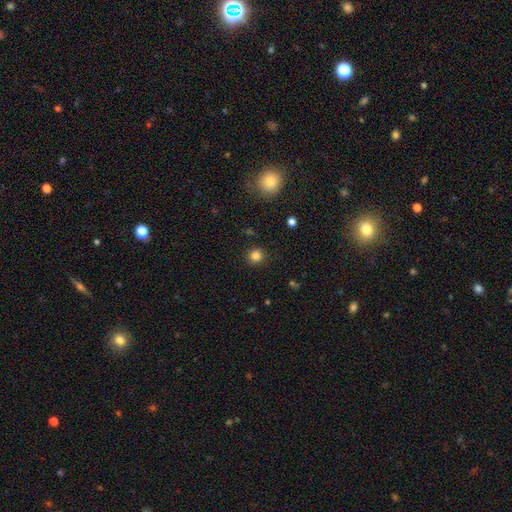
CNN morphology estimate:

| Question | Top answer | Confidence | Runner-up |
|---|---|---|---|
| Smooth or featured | smooth | 83% | star or artifact (13%) |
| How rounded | round | 93% | in between (6%) |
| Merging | none | 90% | minor disturbance (6%) |